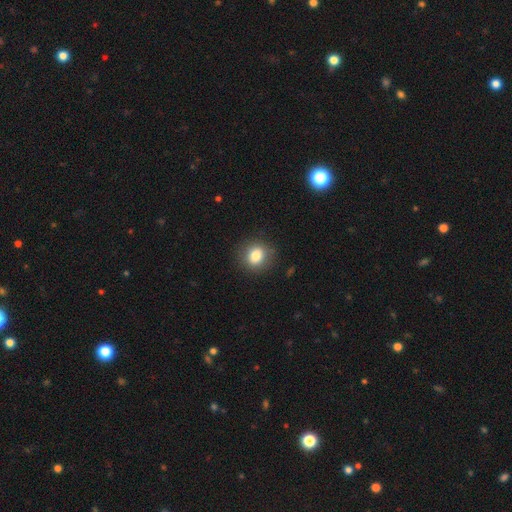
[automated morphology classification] Q: Smooth or featured?
A: smooth (81%); runner-up: star or artifact (10%)
Q: How rounded?
A: round (73%); runner-up: in between (26%)
Q: Merging?
A: none (87%); runner-up: minor disturbance (10%)